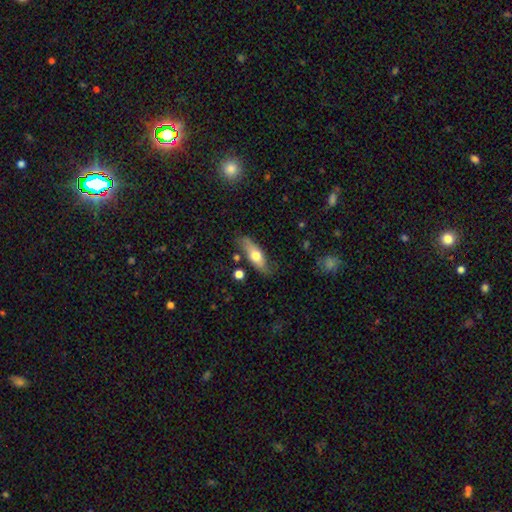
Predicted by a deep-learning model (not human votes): Morphology: type=smooth (58%); roundness=in between (56%); merging=none (75%).